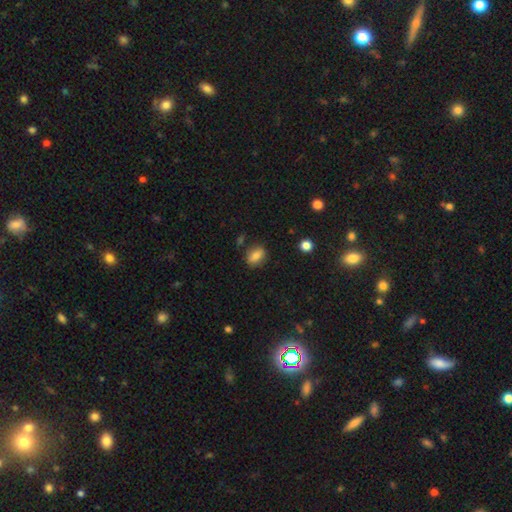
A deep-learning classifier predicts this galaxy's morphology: smooth_or_featured: smooth (p=0.81) [alt: featured or disk p=0.10]
how_rounded: in between (p=0.75) [alt: round p=0.21]
merging: none (p=0.81) [alt: minor disturbance p=0.13]